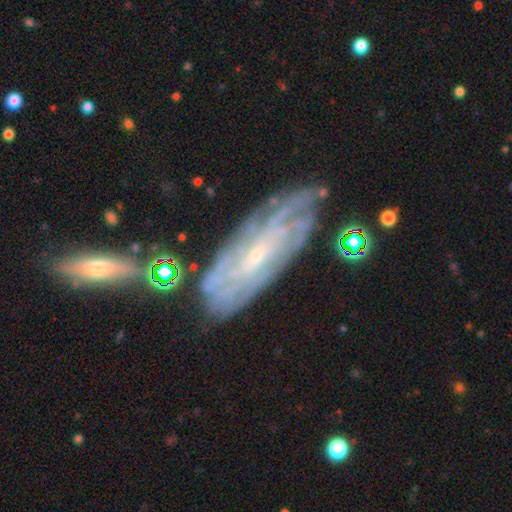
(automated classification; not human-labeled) featured or disk 80%, smooth 13%, star or artifact 8%. Down the decision tree: edge-on disk — no (84%); bar — no (53%); spiral arms — yes (90%); spiral arm count — can't tell (55%); spiral winding — tight (75%); bulge size — small (79%); merging — none (75%).